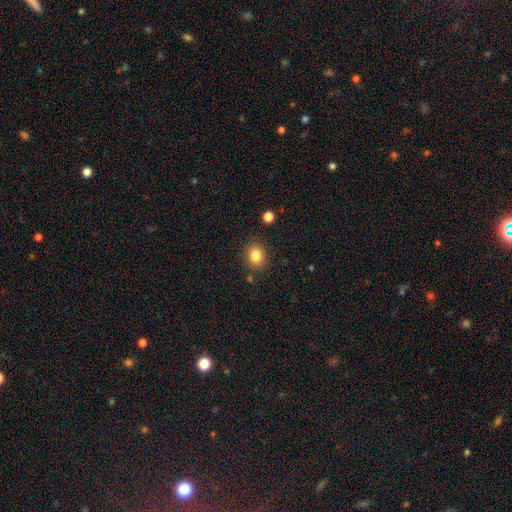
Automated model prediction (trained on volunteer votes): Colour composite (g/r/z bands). It shows a smooth galaxy with no disk features (84%) that is round (57%). Merging: none (85%).